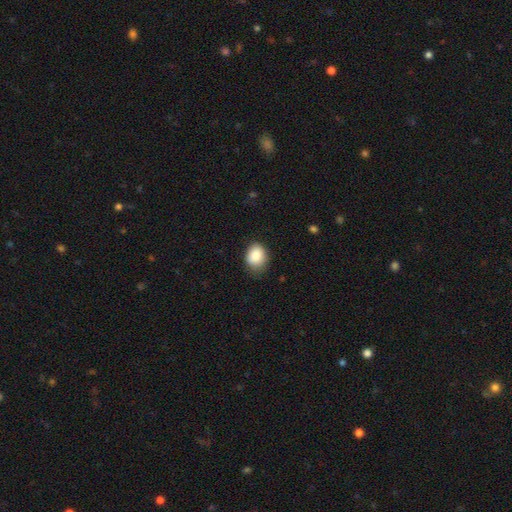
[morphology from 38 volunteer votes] smooth_or_featured: smooth (p=0.89) [alt: featured or disk p=0.08]
how_rounded: in between (p=0.65) [alt: round p=0.35]
merging: none (p=0.51) [alt: minor disturbance p=0.43]